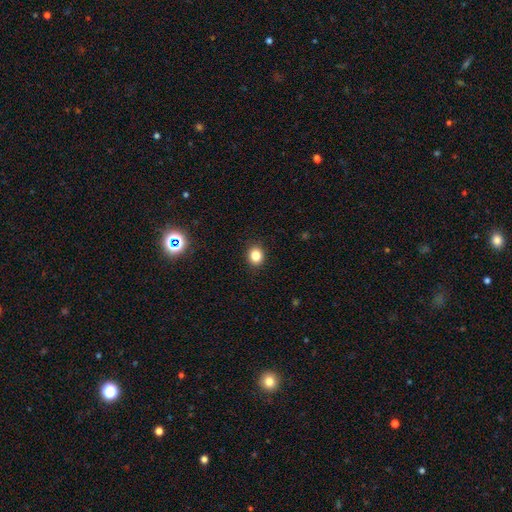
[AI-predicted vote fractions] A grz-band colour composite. It shows a smooth galaxy with no disk features (83%) that is round (72%). Merging: none (91%).